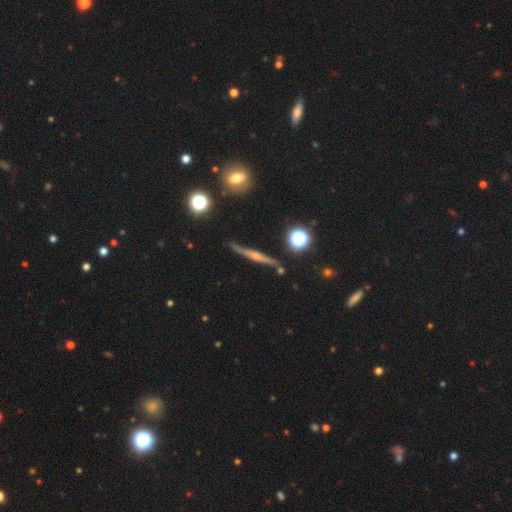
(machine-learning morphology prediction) Overall: featured or disk (71%). Edge-on disk: yes (96%). Edge-on bulge: rounded (64%; none 25%). Merging: none (84%).